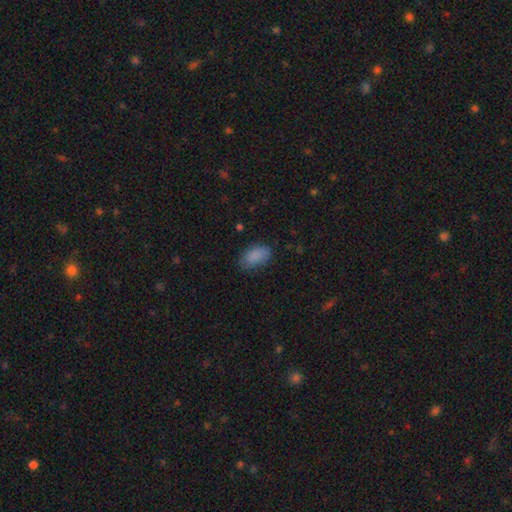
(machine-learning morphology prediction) A smooth galaxy with no disk features (87%) that is in between round and cigar-shaped (91%). Merging: none (75%).